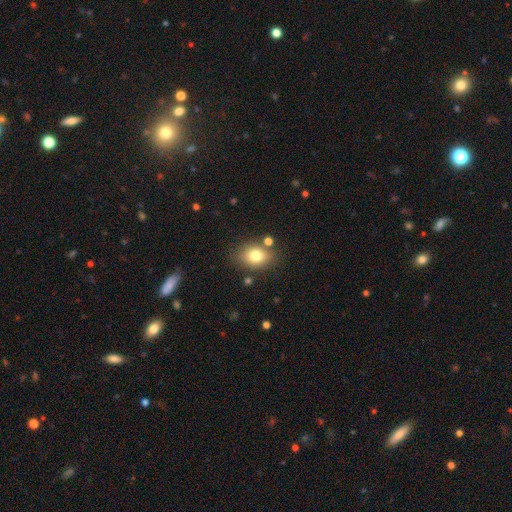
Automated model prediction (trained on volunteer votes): The model was most divided on "how rounded": in between: 63%, round: 36%, cigar-shaped: 1%. More confident: smooth or featured — smooth (77%); merging — none (77%).